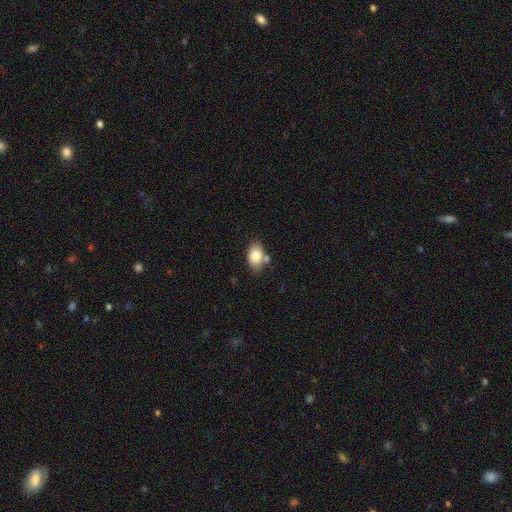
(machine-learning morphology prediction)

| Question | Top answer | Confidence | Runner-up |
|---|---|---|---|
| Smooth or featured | smooth | 80% | featured or disk (12%) |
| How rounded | in between | 87% | round (11%) |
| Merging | none | 68% | minor disturbance (16%) |